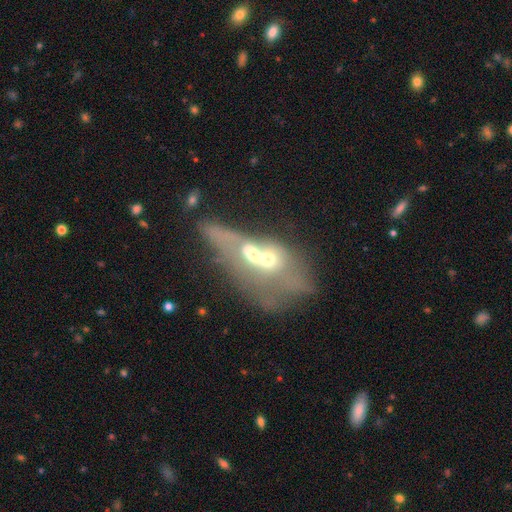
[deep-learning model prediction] Smooth or featured? featured or disk (53%)
Edge-on disk? no (84%)
Merging? merger (70%)